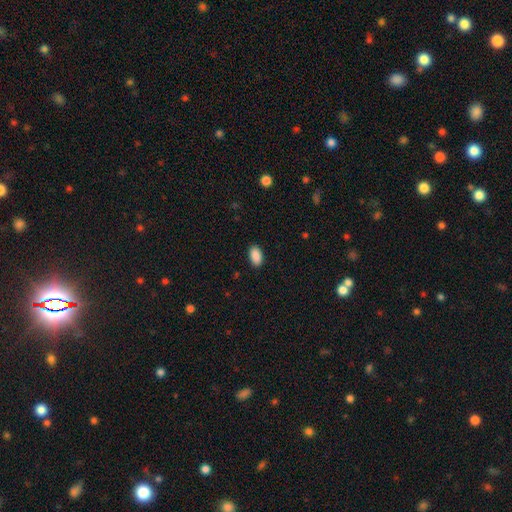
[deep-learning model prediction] Smooth or featured?
  - smooth: 90% *
  - star or artifact: 7%
  - featured or disk: 2%
How rounded?
  - in between: 94% *
  - round: 5%
  - cigar-shaped: 2%
Merging?
  - none: 89% *
  - minor disturbance: 8%
  - major disturbance: 2%
  - merger: 1%